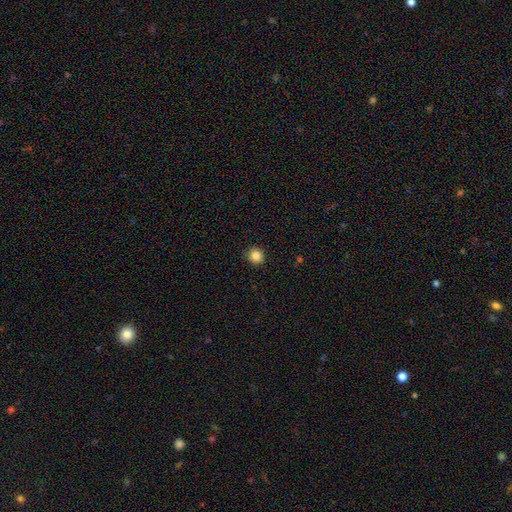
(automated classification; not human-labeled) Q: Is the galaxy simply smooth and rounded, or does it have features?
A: smooth — 86%.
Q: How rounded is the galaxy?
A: round — 88%.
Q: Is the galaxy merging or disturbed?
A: none — 90%.